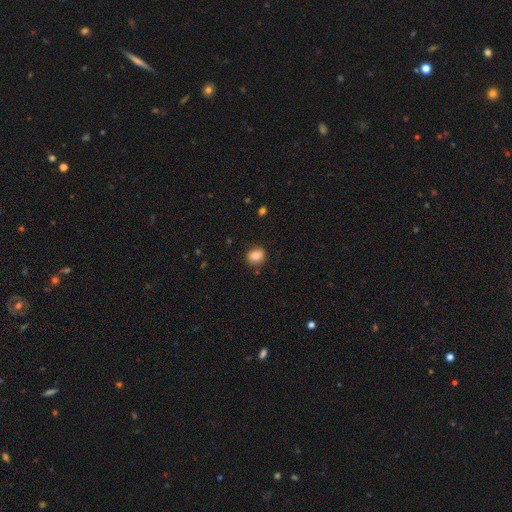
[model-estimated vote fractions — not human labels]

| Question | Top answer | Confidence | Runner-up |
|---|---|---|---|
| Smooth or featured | smooth | 83% | star or artifact (10%) |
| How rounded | round | 78% | in between (21%) |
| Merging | none | 88% | minor disturbance (8%) |